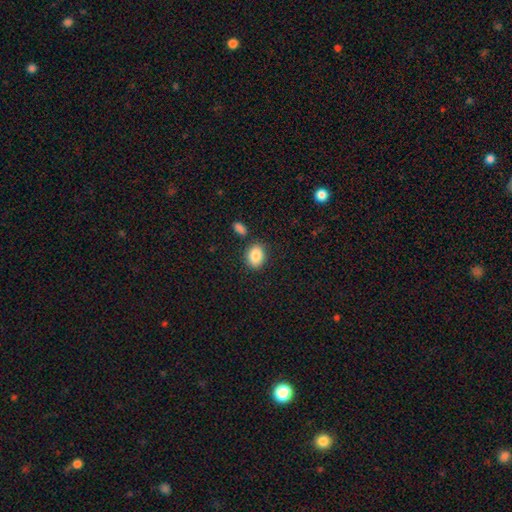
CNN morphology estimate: A smooth galaxy with no disk features (86%) that is in between round and cigar-shaped (63%).

Vote fractions:
- Smooth or featured? smooth: 86% / star or artifact: 8% / featured or disk: 6%
- How rounded? in between: 63% / round: 36% / cigar-shaped: 1%
- Merging? none: 81% / minor disturbance: 10% / merger: 6% / major disturbance: 3%